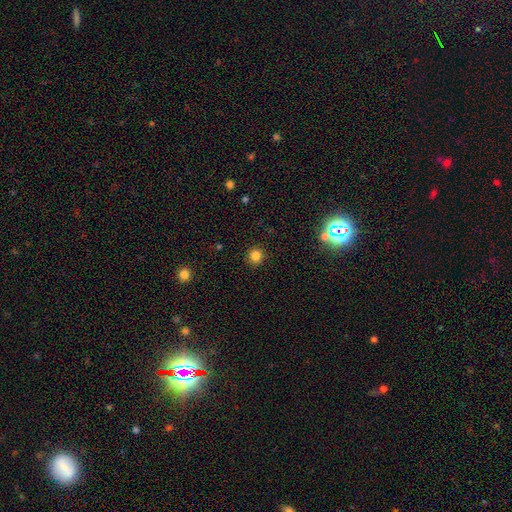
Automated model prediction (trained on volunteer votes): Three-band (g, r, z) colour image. It shows a smooth galaxy with no disk features (82%) that is round (92%). Merging: none (90%).